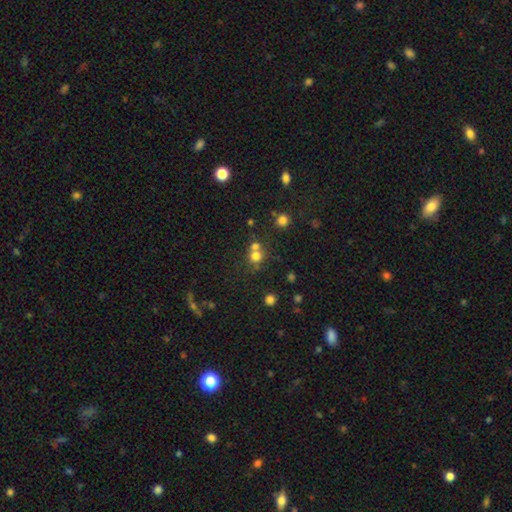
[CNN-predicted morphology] type=smooth (71%); roundness=round (85%); merging=none (49%).